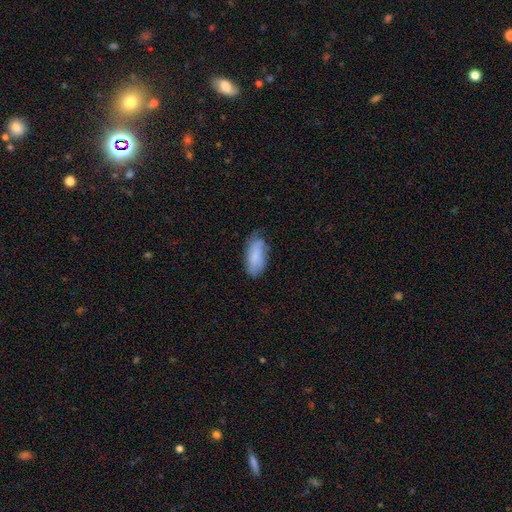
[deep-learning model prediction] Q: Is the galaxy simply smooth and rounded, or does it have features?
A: smooth — 76%.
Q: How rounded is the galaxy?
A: in between — 88%.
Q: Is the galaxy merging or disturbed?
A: none — 51%.